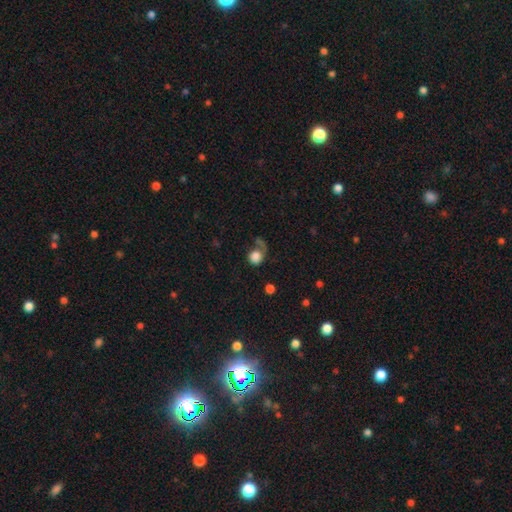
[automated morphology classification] A smooth galaxy with no disk features (75%) that is round (73%). Merging: none (36%).